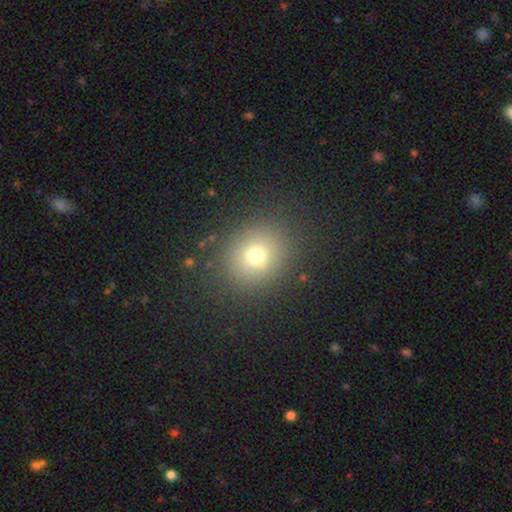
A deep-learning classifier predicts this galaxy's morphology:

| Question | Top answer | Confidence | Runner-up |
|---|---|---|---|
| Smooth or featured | smooth | 71% | star or artifact (17%) |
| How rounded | round | 75% | in between (24%) |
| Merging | none | 85% | minor disturbance (9%) |